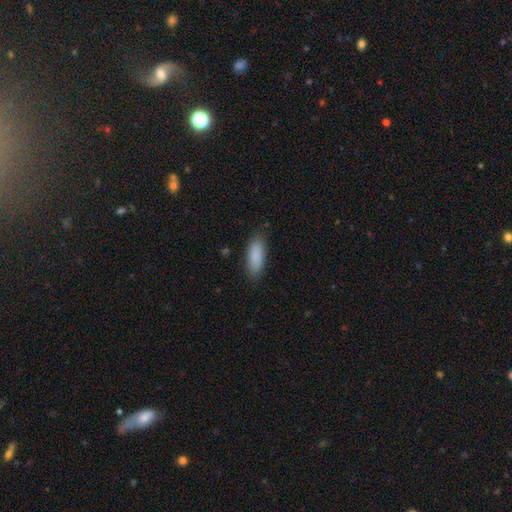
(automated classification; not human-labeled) smooth-or-featured: smooth: 89% | star or artifact: 6% | featured or disk: 5%
  how-rounded: in between: 66% | cigar-shaped: 33% | round: 2%
  merging: none: 84% | minor disturbance: 12% | major disturbance: 3% | merger: 1%